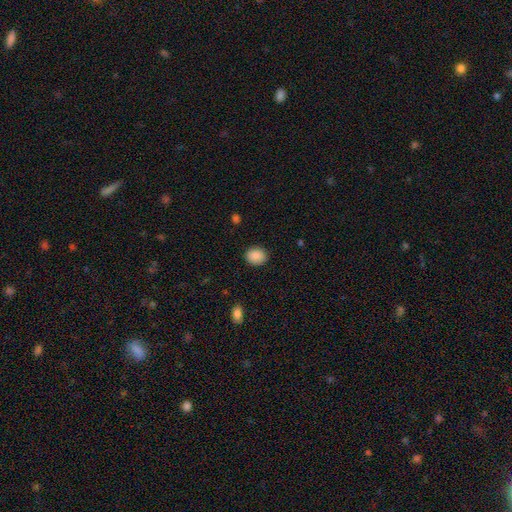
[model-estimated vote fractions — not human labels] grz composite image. It shows a smooth galaxy with no disk features (89%) that is round (56%). Merging: none (88%).